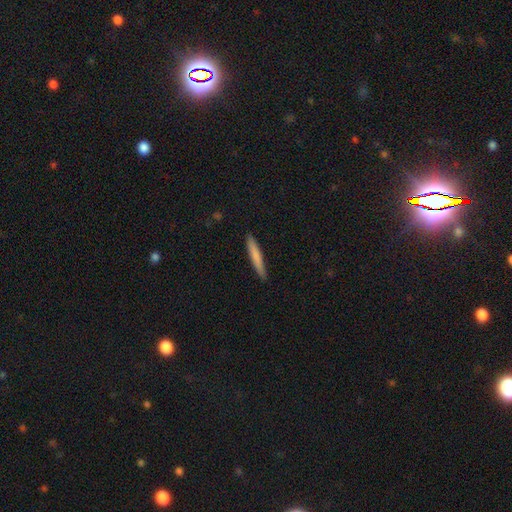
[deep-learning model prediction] This is likely a smooth galaxy (76%). How rounded: clearly cigar-shaped (95%). Merging: clearly none (90%).